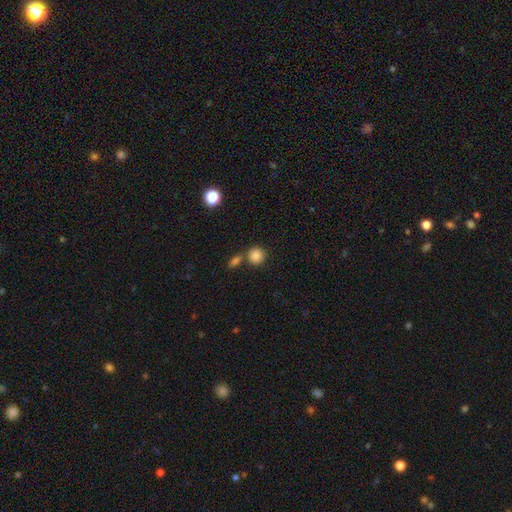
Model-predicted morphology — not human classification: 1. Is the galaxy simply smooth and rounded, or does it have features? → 85% smooth, 10% star or artifact, 5% featured or disk.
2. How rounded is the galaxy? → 87% round, 12% in between, 1% cigar-shaped.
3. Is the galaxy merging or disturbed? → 64% none, 23% merger, 10% minor disturbance, 3% major disturbance.